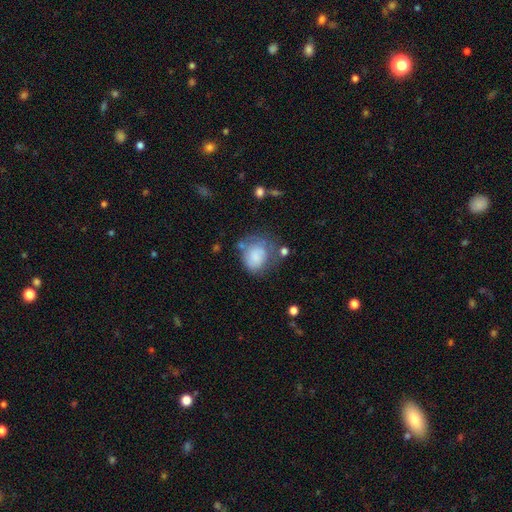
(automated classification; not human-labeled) Morphology: type=smooth (75%); roundness=round (59%); merging=none (40%).